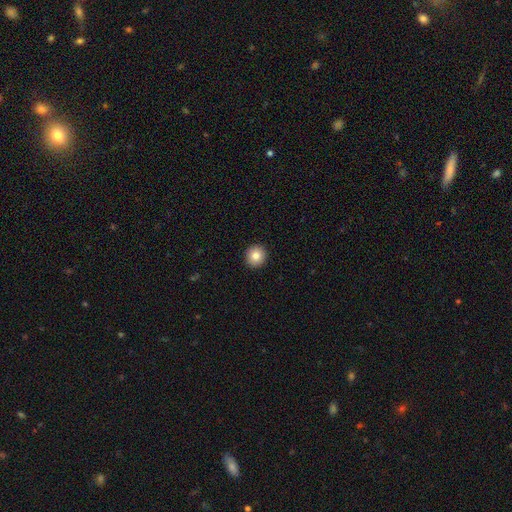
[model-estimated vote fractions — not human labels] smooth_or_featured: smooth (p=0.83) [alt: star or artifact p=0.09]
how_rounded: round (p=0.93) [alt: in between p=0.06]
merging: none (p=0.93) [alt: minor disturbance p=0.05]